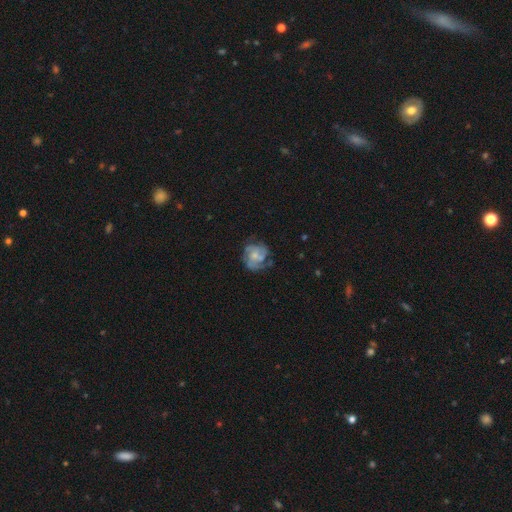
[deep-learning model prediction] Smooth or featured? Predicted: featured or disk (p=0.69). Edge-on disk? Predicted: no (p=0.98). Bar? Predicted: no (p=0.74). Spiral arms? Predicted: yes (p=0.83). Spiral winding? Predicted: medium (p=0.42). Spiral arm count? Predicted: can't tell (p=0.31). Bulge size? Predicted: small (p=0.53). Merging? Predicted: none (p=0.57).